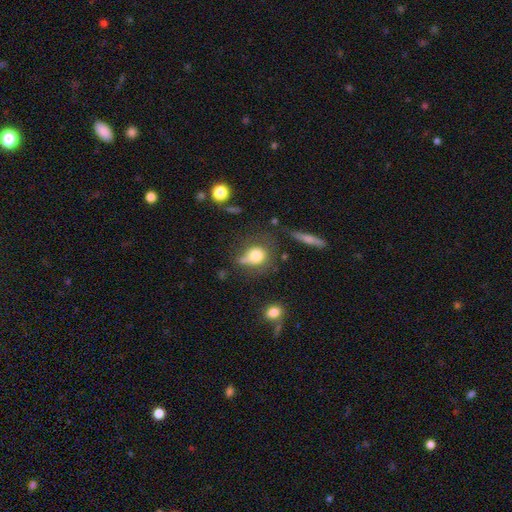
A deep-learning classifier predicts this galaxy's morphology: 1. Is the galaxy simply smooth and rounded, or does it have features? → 71% smooth, 18% featured or disk, 11% star or artifact.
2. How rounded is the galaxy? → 58% round, 39% in between, 3% cigar-shaped.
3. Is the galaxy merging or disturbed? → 38% none, 26% minor disturbance, 24% major disturbance, 12% merger.